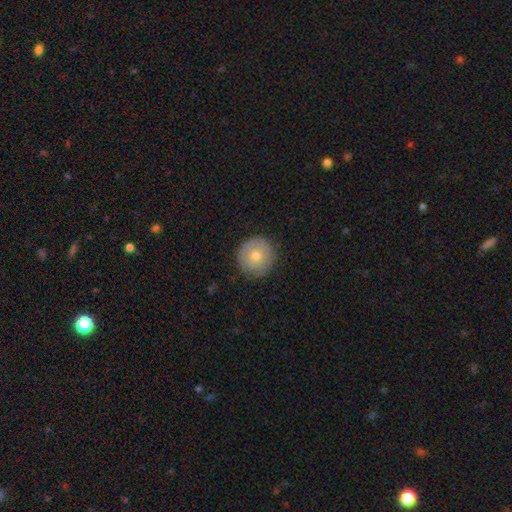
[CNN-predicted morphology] Overall: smooth (69%). How rounded: round (94%). Merging: none (87%).